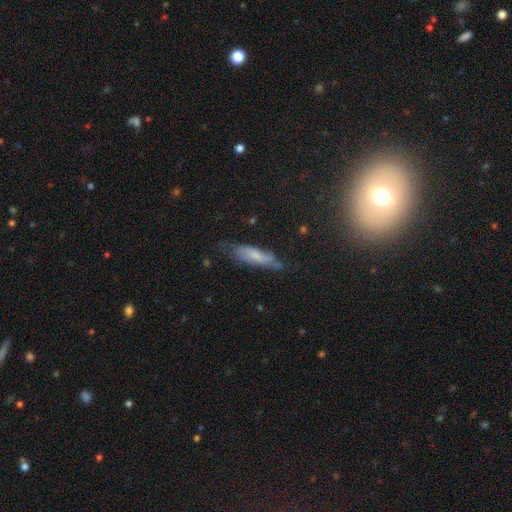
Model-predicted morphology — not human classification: Overall: smooth (50%; featured or disk 40%). Merging: none (57%; minor disturbance 30%).